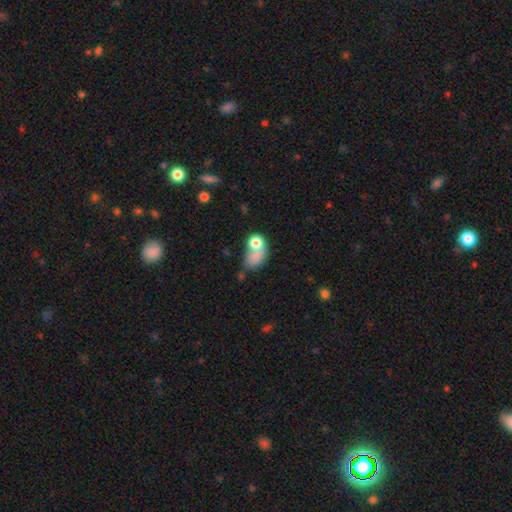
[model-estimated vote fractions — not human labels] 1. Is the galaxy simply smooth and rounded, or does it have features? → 74% smooth, 14% featured or disk, 12% star or artifact.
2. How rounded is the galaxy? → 66% in between, 32% round, 2% cigar-shaped.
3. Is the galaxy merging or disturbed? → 38% merger, 26% none, 20% major disturbance, 16% minor disturbance.